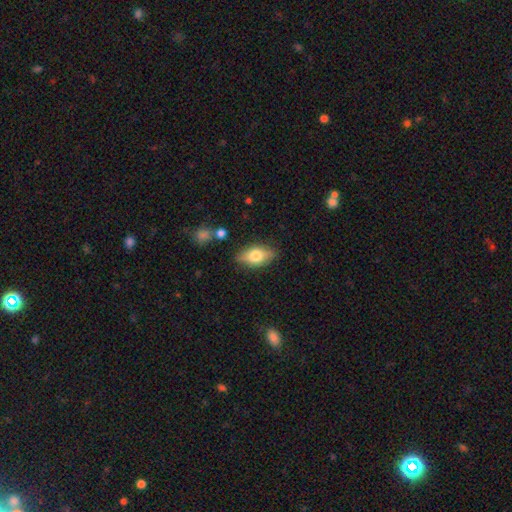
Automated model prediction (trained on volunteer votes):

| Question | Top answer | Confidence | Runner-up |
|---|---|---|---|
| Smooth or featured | smooth | 67% | featured or disk (26%) |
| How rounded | in between | 86% | cigar-shaped (7%) |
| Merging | none | 81% | minor disturbance (14%) |